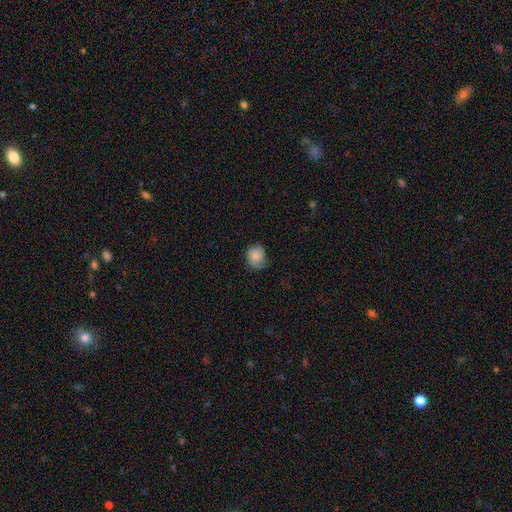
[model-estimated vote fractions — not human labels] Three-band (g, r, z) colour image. It shows a smooth galaxy with no disk features (82%) that is round (73%). Merging: none (63%).